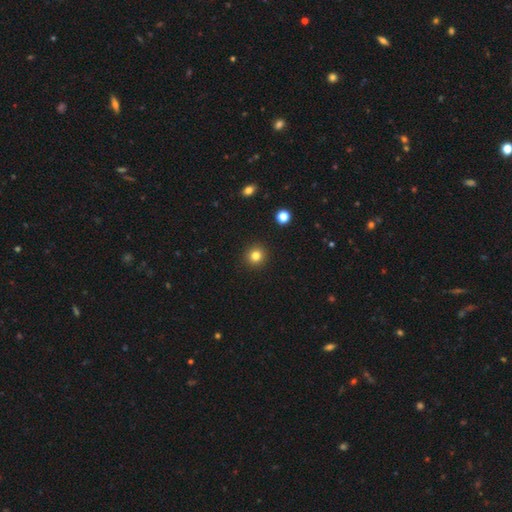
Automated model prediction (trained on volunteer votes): Smooth or featured: smooth — 82% (star or artifact — 12%)
How rounded: round — 93% (in between — 6%)
Merging: none — 93% (minor disturbance — 5%)